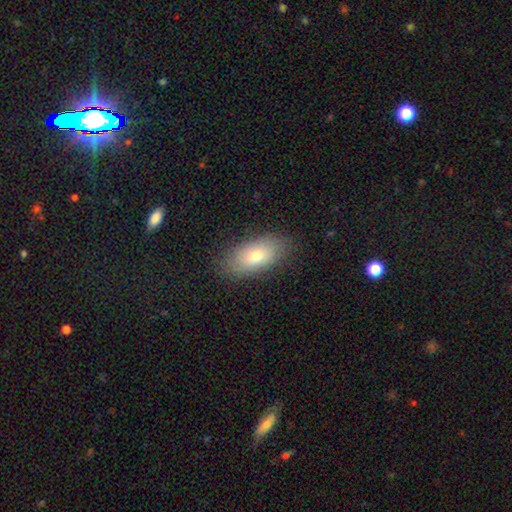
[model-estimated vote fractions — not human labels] smooth 77%, featured or disk 16%, star or artifact 7%. Down the decision tree: how rounded — in between (89%); merging — none (85%).